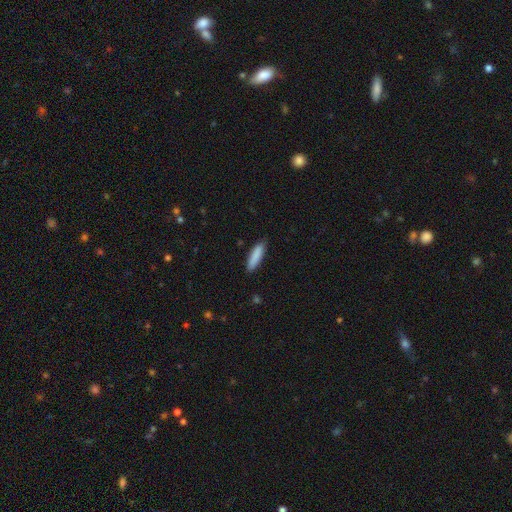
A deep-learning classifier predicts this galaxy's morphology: smooth-or-featured: smooth: 87% | featured or disk: 7% | star or artifact: 6%
  how-rounded: cigar-shaped: 70% | in between: 29% | round: 1%
  merging: none: 85% | minor disturbance: 12% | major disturbance: 2% | merger: 1%